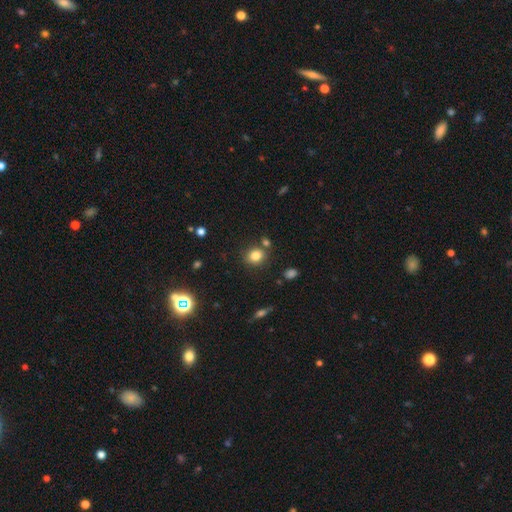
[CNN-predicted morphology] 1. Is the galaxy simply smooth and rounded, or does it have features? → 81% smooth, 12% star or artifact, 7% featured or disk.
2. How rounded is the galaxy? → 71% round, 28% in between, 1% cigar-shaped.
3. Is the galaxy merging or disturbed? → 77% none, 10% merger, 10% minor disturbance, 3% major disturbance.